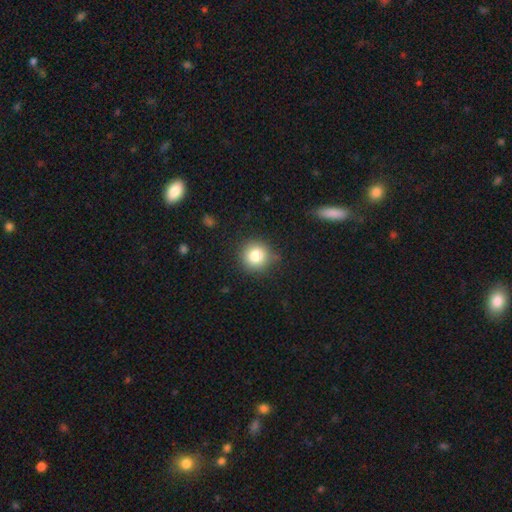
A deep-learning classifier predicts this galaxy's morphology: A smooth galaxy with no disk features (82%) that is round (93%). Merging: none (82%).